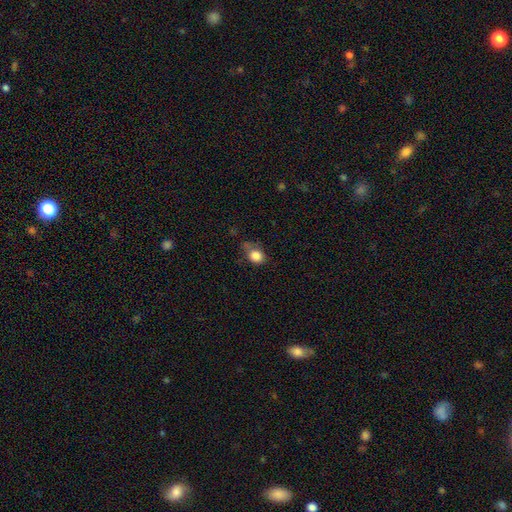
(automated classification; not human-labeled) A smooth galaxy with no disk features (83%) that is round (58%).

Vote fractions:
- Smooth or featured? smooth: 83% / star or artifact: 10% / featured or disk: 7%
- How rounded? round: 58% / in between: 41% / cigar-shaped: 1%
- Merging? none: 44% / minor disturbance: 35% / major disturbance: 16% / merger: 5%